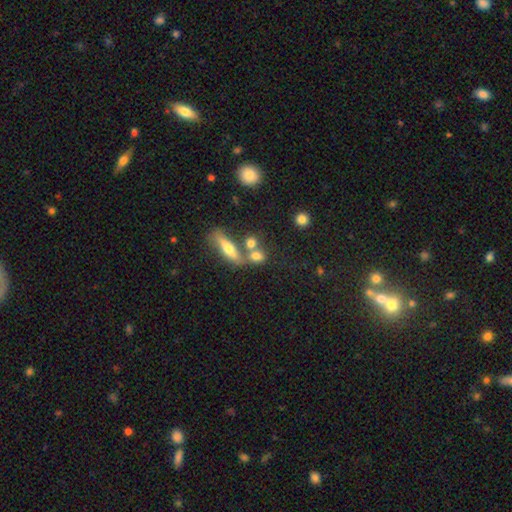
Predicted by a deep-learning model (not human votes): smooth_or_featured: smooth (p=0.67) [alt: featured or disk p=0.21]
how_rounded: in between (p=0.52) [alt: round p=0.32]
merging: none (p=0.42) [alt: merger p=0.41]